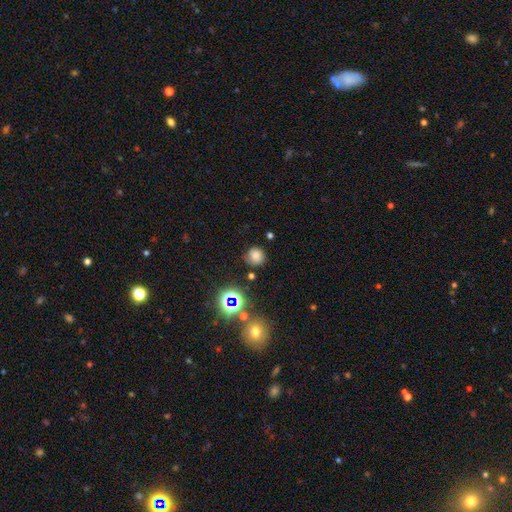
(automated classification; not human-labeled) A smooth galaxy with no disk features (66%) that is round (87%). Merging: none (71%).